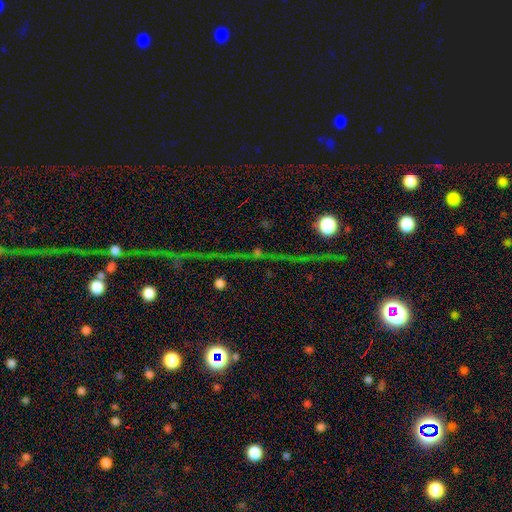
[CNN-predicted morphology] The model was most divided on "smooth or featured": star or artifact: 79%, smooth: 12%, featured or disk: 9%.